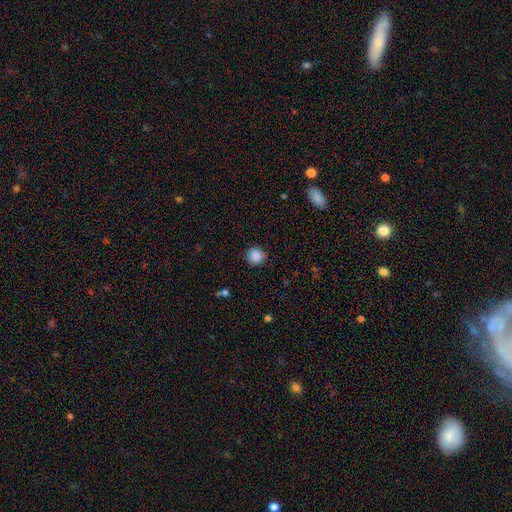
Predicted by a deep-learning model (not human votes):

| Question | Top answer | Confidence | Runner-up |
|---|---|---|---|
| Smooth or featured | smooth | 87% | star or artifact (9%) |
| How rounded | round | 87% | in between (12%) |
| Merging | none | 85% | minor disturbance (11%) |